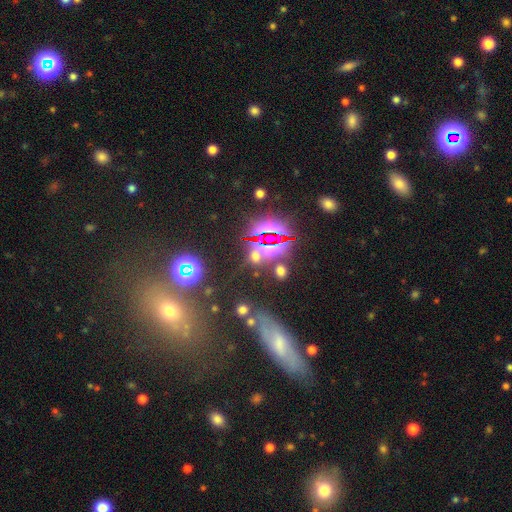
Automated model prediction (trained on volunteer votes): A star or artifact, not a galaxy (65%).

Vote fractions:
- Smooth or featured? star or artifact: 65% / smooth: 27% / featured or disk: 9%